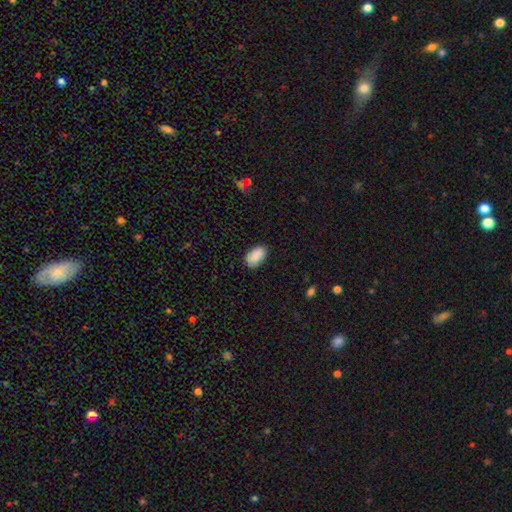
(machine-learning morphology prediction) A smooth galaxy with no disk features (90%) that is in between round and cigar-shaped (94%).

Vote fractions:
- Smooth or featured? smooth: 90% / star or artifact: 7% / featured or disk: 4%
- How rounded? in between: 94% / round: 5% / cigar-shaped: 2%
- Merging? none: 86% / minor disturbance: 11% / major disturbance: 2% / merger: 1%